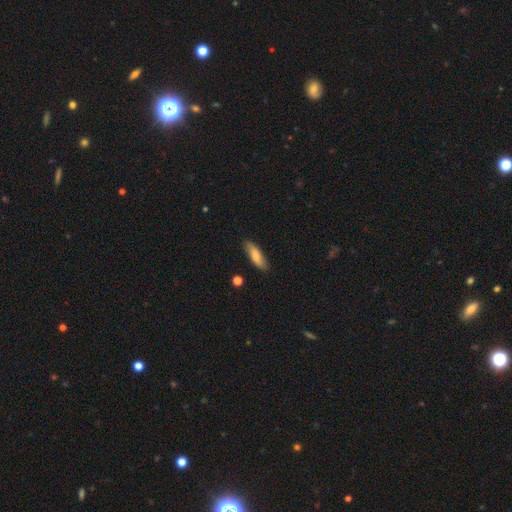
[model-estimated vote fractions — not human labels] Smooth or featured: smooth — 78% (featured or disk — 15%)
How rounded: in between — 52% (cigar-shaped — 46%)
Merging: none — 85% (minor disturbance — 11%)